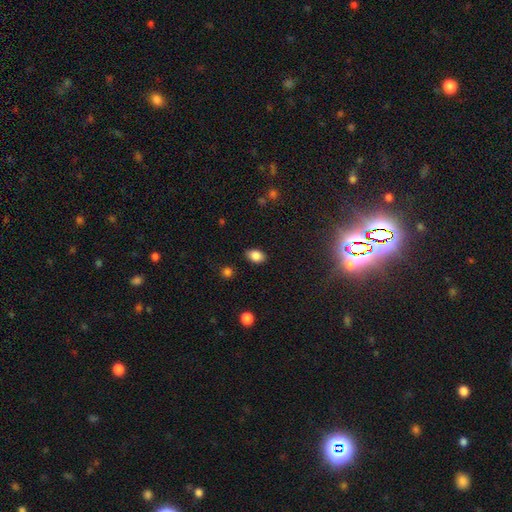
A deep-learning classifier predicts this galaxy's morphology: Q: Smooth or featured?
A: smooth (86%); runner-up: star or artifact (9%)
Q: How rounded?
A: in between (86%); runner-up: round (12%)
Q: Merging?
A: none (85%); runner-up: minor disturbance (11%)